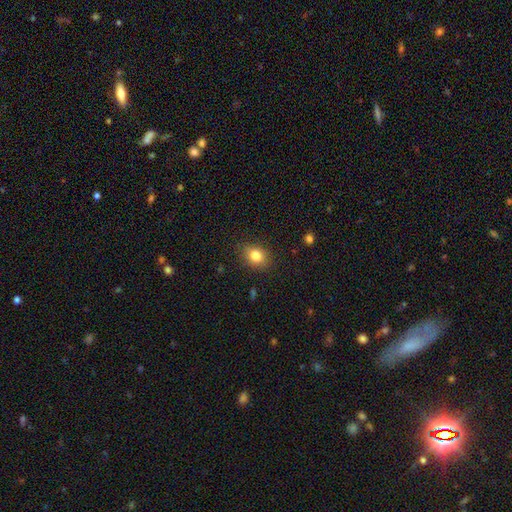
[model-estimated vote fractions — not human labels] Smooth or featured?
  - smooth: 82% *
  - star or artifact: 10%
  - featured or disk: 8%
How rounded?
  - in between: 57% *
  - round: 42%
  - cigar-shaped: 1%
Merging?
  - none: 84% *
  - minor disturbance: 12%
  - major disturbance: 3%
  - merger: 1%